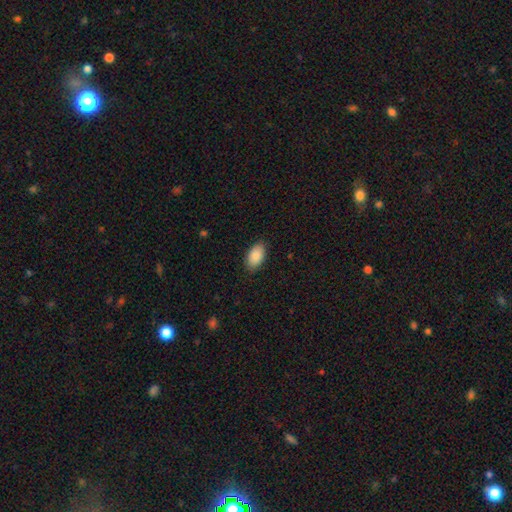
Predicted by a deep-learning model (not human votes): Smooth or featured?
  - smooth: 88% *
  - star or artifact: 6%
  - featured or disk: 5%
How rounded?
  - in between: 94% *
  - round: 4%
  - cigar-shaped: 2%
Merging?
  - none: 87% *
  - minor disturbance: 10%
  - major disturbance: 2%
  - merger: 1%